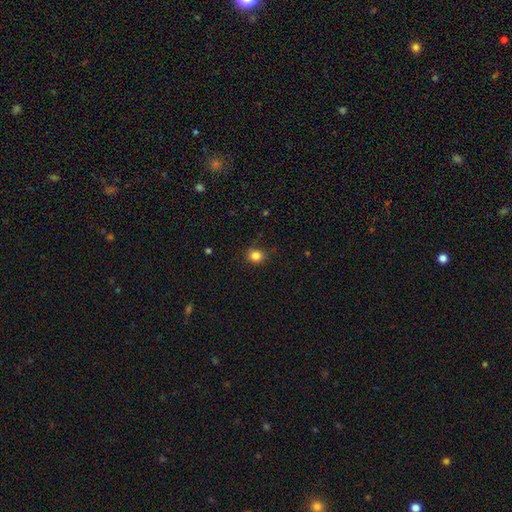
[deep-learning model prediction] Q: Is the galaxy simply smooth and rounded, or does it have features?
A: smooth — 83%.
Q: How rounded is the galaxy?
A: round — 80%.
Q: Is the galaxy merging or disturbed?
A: none — 82%.